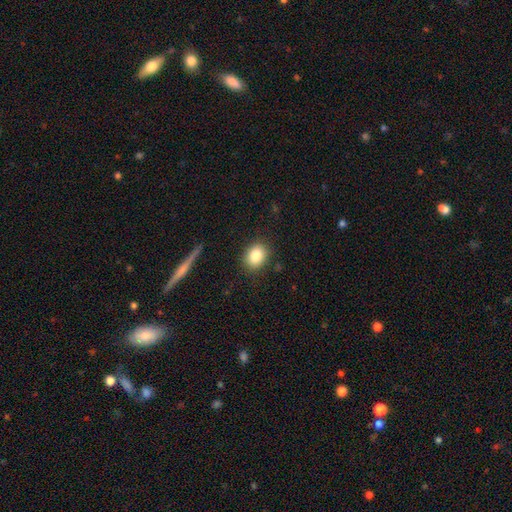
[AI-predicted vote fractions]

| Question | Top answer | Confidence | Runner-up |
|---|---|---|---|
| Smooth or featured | smooth | 83% | star or artifact (9%) |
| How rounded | in between | 51% | round (48%) |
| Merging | none | 86% | minor disturbance (10%) |